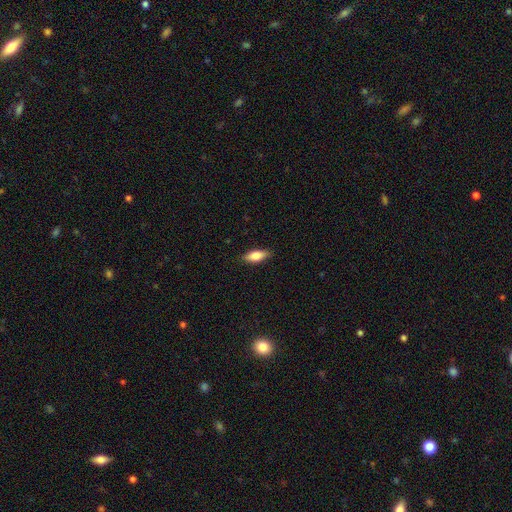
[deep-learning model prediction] Smooth or featured: smooth — 79% (featured or disk — 15%)
How rounded: in between — 74% (cigar-shaped — 23%)
Merging: none — 85% (minor disturbance — 12%)